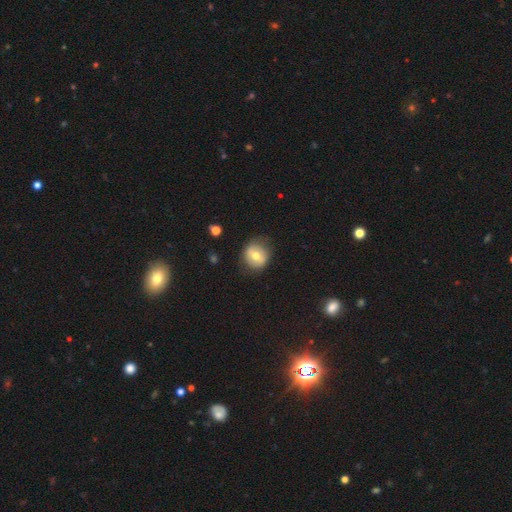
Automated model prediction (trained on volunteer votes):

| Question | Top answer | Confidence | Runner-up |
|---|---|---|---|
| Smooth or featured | smooth | 60% | featured or disk (32%) |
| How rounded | round | 85% | in between (14%) |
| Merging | none | 79% | minor disturbance (15%) |